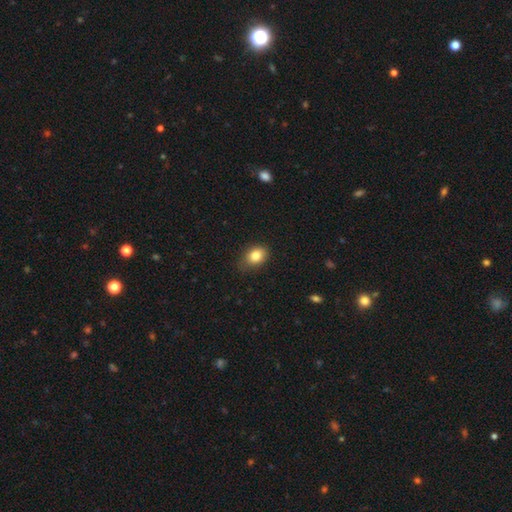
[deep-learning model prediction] smooth 83%, star or artifact 10%, featured or disk 8%. Down the decision tree: how rounded — in between (69%); merging — none (73%).